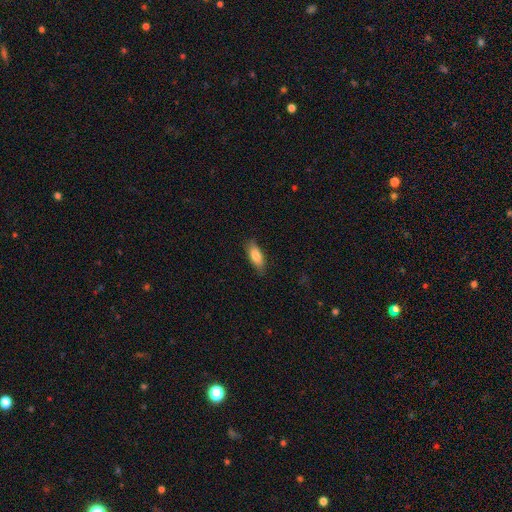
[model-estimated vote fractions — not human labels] Smooth or featured: smooth — 81% (featured or disk — 13%)
How rounded: in between — 73% (cigar-shaped — 25%)
Merging: none — 83% (minor disturbance — 14%)